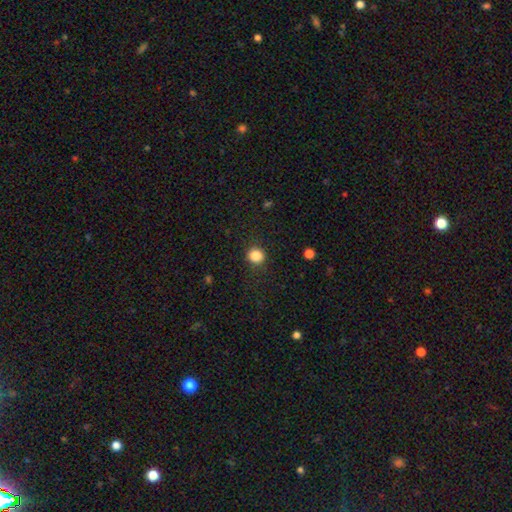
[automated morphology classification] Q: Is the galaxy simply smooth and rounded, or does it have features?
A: smooth — 86%.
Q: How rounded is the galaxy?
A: round — 83%.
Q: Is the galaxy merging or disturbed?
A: none — 87%.